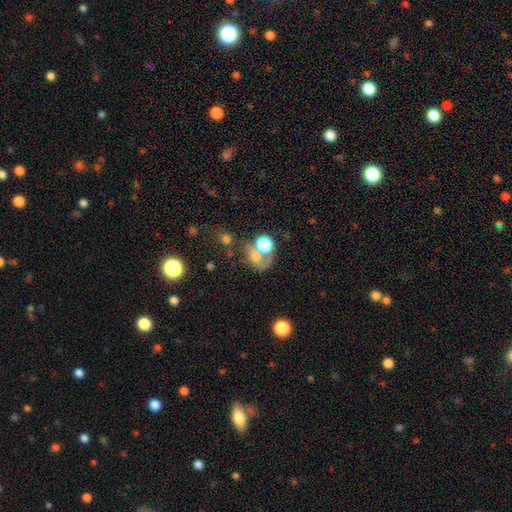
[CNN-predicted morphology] Smooth or featured: smooth — 52% (featured or disk — 30%)
How rounded: round — 55% (in between — 44%)
Merging: merger — 45% (none — 26%)